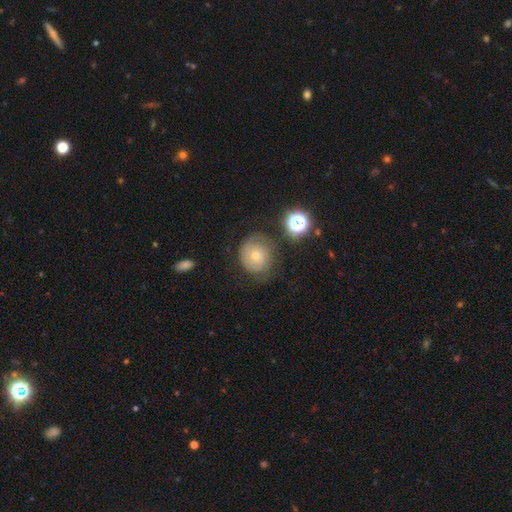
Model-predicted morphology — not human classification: Overall: smooth (51%; featured or disk 37%). How rounded: round (84%). Merging: none (56%; minor disturbance 26%).